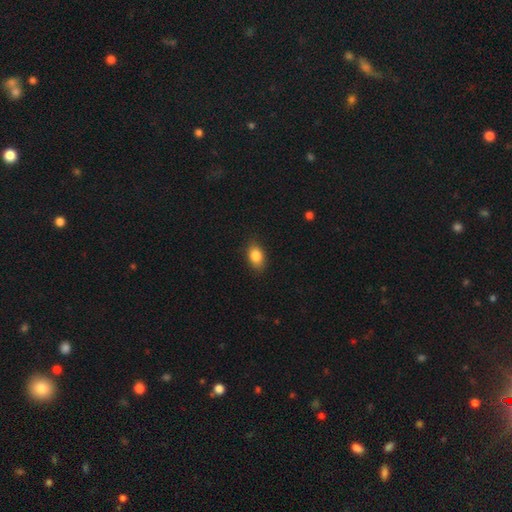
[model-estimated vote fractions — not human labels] A smooth galaxy with no disk features (86%) that is in between round and cigar-shaped (83%). Merging: none (86%).